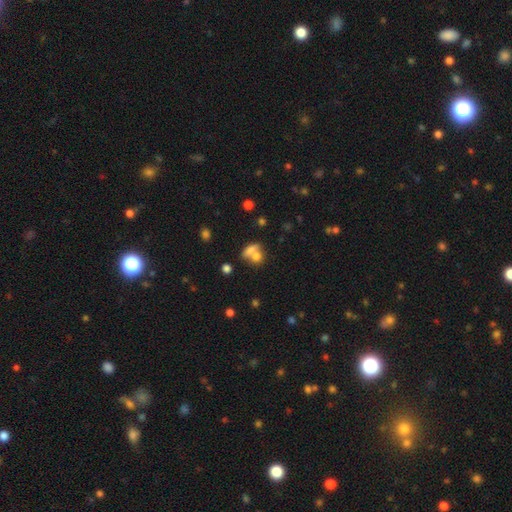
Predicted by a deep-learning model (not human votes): Smooth or featured: smooth — 72% (featured or disk — 17%)
How rounded: in between — 48% (round — 44%)
Merging: merger — 56% (none — 32%)